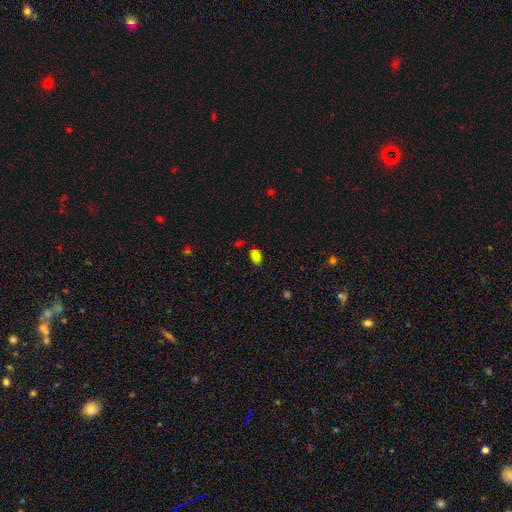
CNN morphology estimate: Smooth or featured: smooth — 80% (star or artifact — 16%)
How rounded: in between — 89% (round — 9%)
Merging: none — 71% (minor disturbance — 21%)